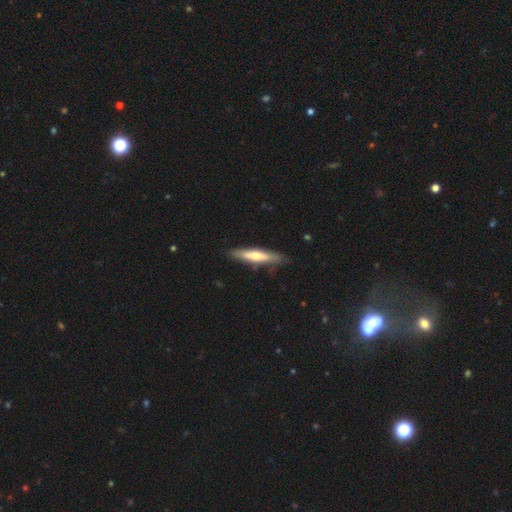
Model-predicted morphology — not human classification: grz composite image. It shows a smooth galaxy with no disk features (51%) that is cigar-shaped (84%). Merging: none (81%).